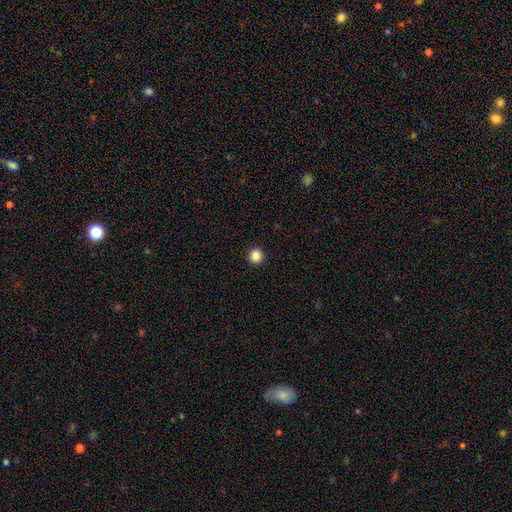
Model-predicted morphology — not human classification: smooth-or-featured: smooth: 87% | star or artifact: 11% | featured or disk: 3%
  how-rounded: round: 92% | in between: 7% | cigar-shaped: 1%
  merging: none: 93% | minor disturbance: 4% | major disturbance: 2% | merger: 1%